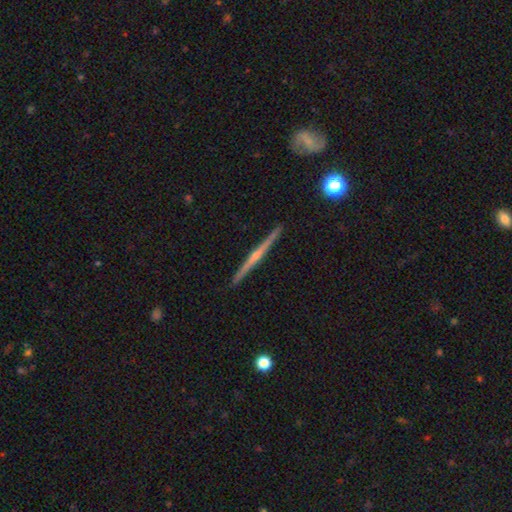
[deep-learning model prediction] Q: Smooth or featured?
A: featured or disk (78%); runner-up: smooth (15%)
Q: Edge-on disk?
A: yes (98%); runner-up: no (2%)
Q: Edge-on bulge?
A: rounded (76%); runner-up: none (18%)
Q: Merging?
A: none (91%); runner-up: minor disturbance (6%)